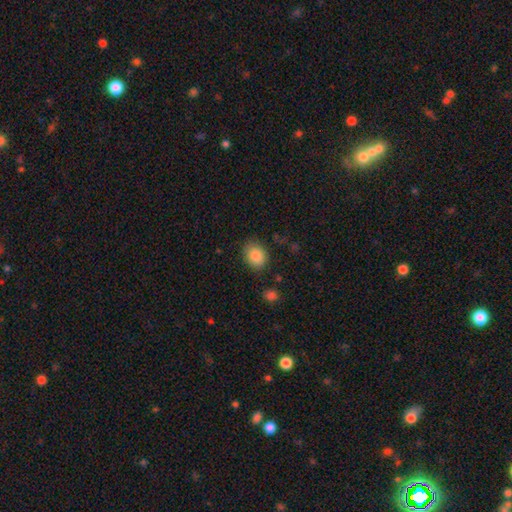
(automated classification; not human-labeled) smooth_or_featured: smooth (p=0.87) [alt: star or artifact p=0.08]
how_rounded: round (p=0.51) [alt: in between p=0.49]
merging: none (p=0.81) [alt: minor disturbance p=0.13]